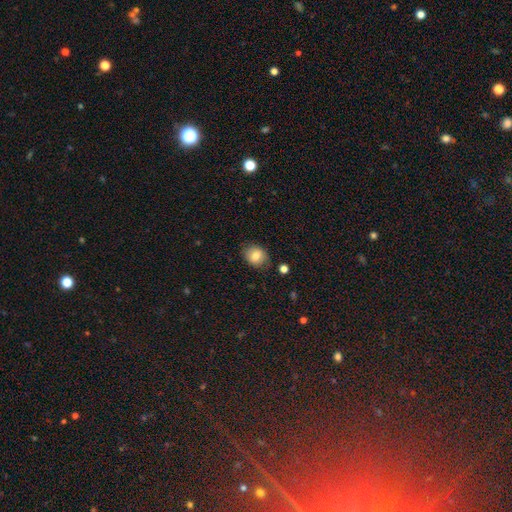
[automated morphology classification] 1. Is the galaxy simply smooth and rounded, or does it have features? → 79% smooth, 12% featured or disk, 9% star or artifact.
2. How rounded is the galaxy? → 53% round, 46% in between, 1% cigar-shaped.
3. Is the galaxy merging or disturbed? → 79% none, 15% minor disturbance, 3% major disturbance, 2% merger.